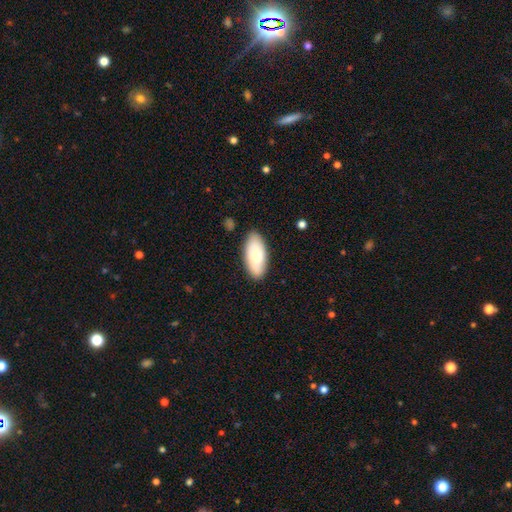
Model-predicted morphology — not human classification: The model was most divided on "smooth or featured": smooth: 78%, featured or disk: 16%, star or artifact: 6%. More confident: how rounded — in between (90%); merging — none (85%).